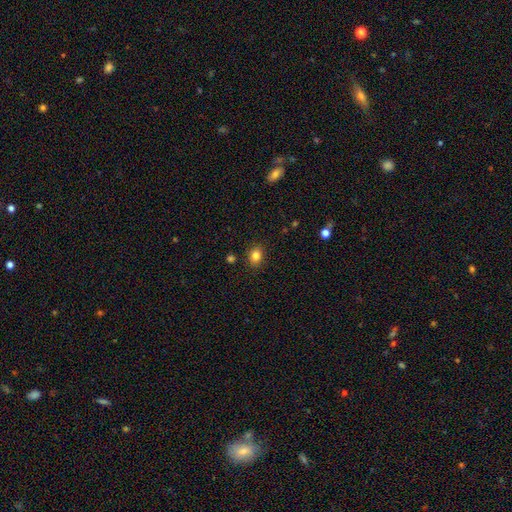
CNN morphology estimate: Smooth or featured? smooth (83%)
How rounded? in between (53%)
Merging? none (87%)